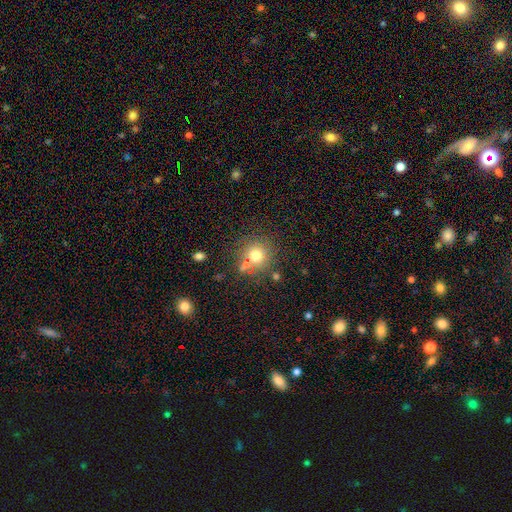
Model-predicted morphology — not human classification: Q: Smooth or featured?
A: smooth (71%); runner-up: star or artifact (16%)
Q: How rounded?
A: round (90%); runner-up: in between (9%)
Q: Merging?
A: none (68%); runner-up: merger (17%)